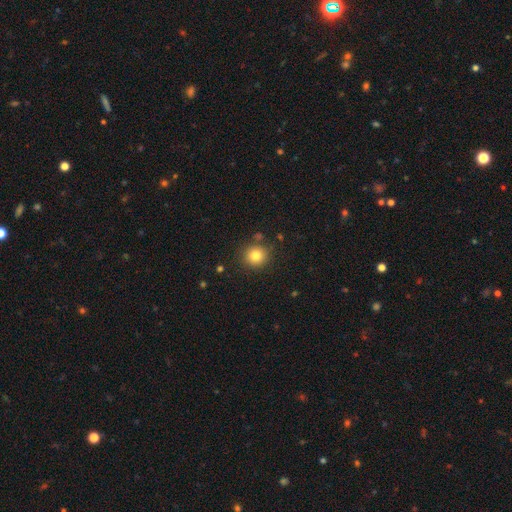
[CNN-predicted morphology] Overall: smooth (81%). How rounded: round (91%). Merging: none (86%).